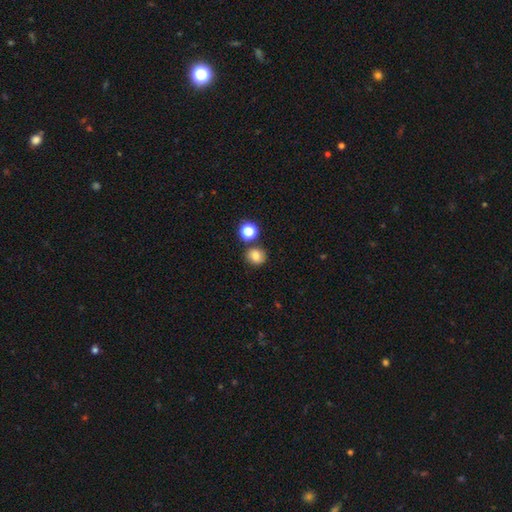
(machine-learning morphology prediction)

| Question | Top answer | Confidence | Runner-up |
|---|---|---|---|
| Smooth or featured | smooth | 79% | star or artifact (13%) |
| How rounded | round | 80% | in between (19%) |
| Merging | none | 76% | minor disturbance (11%) |